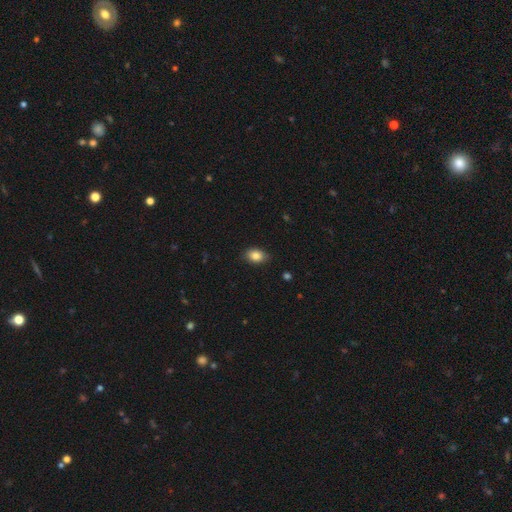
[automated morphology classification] This appears to be a smooth galaxy with no disk features (85%) that is in between round and cigar-shaped (81%). Merging: none (83%).